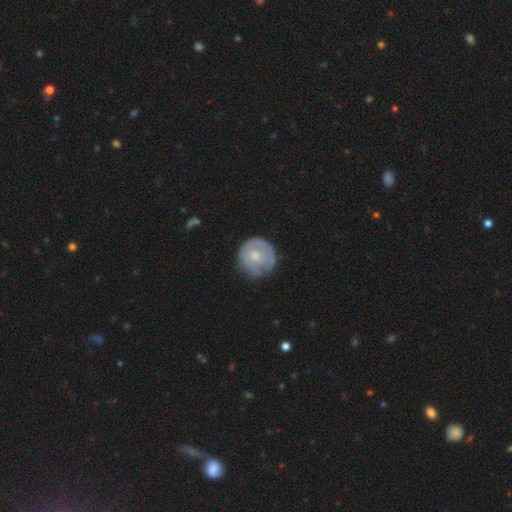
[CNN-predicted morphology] smooth 51%, featured or disk 43%, star or artifact 6%. Down the decision tree: how rounded — round (92%); merging — none (70%).